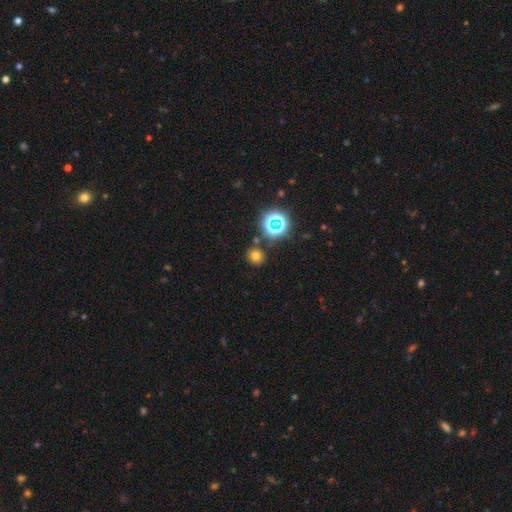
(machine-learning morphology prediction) Smooth or featured? Predicted: smooth (p=0.68). How rounded? Predicted: round (p=0.86). Merging? Predicted: none (p=0.81).